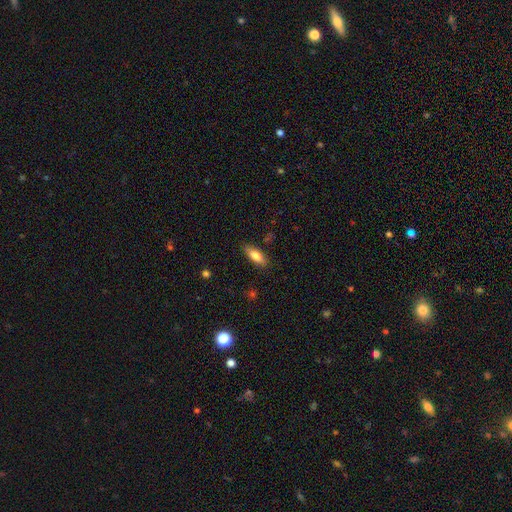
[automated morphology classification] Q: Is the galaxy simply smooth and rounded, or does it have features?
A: smooth — 78%.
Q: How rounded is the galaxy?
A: in between — 65%.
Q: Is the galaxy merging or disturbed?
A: none — 85%.